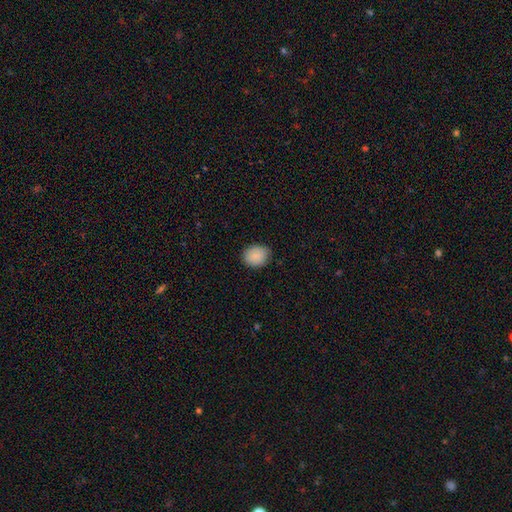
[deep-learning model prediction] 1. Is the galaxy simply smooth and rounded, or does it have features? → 89% smooth, 7% star or artifact, 3% featured or disk.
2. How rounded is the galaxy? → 56% round, 43% in between, 1% cigar-shaped.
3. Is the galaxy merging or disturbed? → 84% none, 12% minor disturbance, 2% major disturbance, 1% merger.